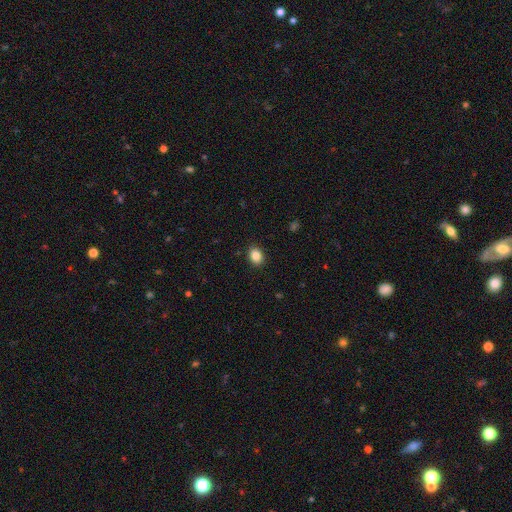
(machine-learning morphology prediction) Smooth or featured?
  - smooth: 87% *
  - star or artifact: 9%
  - featured or disk: 4%
How rounded?
  - in between: 67% *
  - round: 32%
  - cigar-shaped: 1%
Merging?
  - none: 90% *
  - minor disturbance: 7%
  - major disturbance: 2%
  - merger: 1%